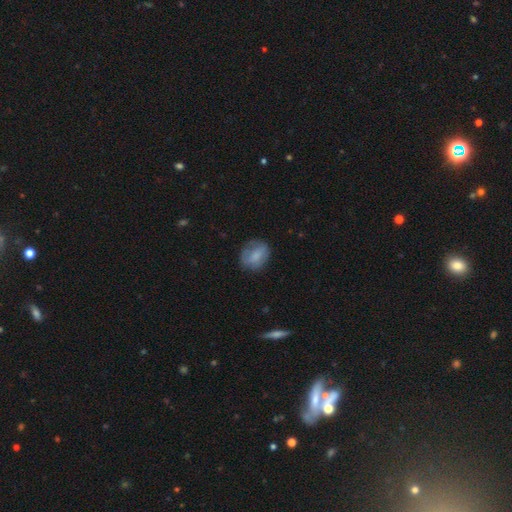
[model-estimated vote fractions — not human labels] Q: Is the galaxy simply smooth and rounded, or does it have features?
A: smooth — 73%.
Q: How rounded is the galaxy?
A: round — 56%.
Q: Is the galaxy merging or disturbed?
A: none — 69%.